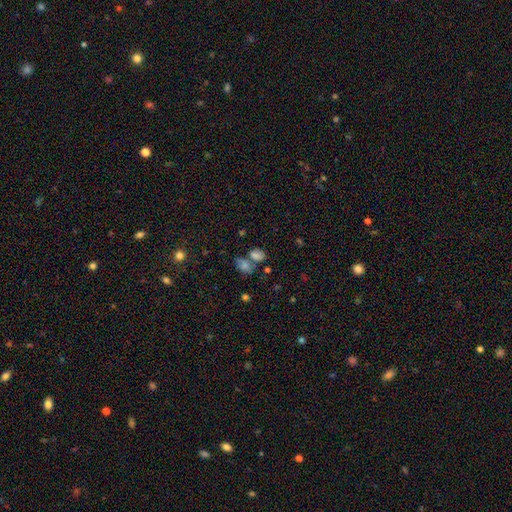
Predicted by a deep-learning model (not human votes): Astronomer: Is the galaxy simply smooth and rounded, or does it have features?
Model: smooth — 73%.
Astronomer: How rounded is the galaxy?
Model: in between — 74%.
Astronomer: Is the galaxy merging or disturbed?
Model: merger — 43% (runner-up: none, 38%).